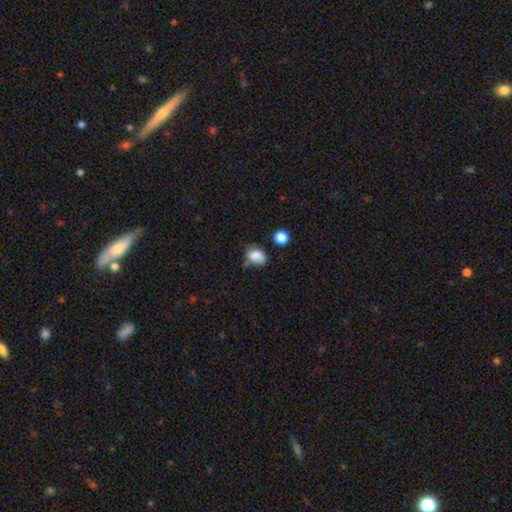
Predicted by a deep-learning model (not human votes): Smooth or featured?
  - smooth: 78% *
  - featured or disk: 11%
  - star or artifact: 11%
How rounded?
  - in between: 64% *
  - round: 35%
  - cigar-shaped: 1%
Merging?
  - none: 40% *
  - minor disturbance: 34%
  - major disturbance: 16%
  - merger: 11%